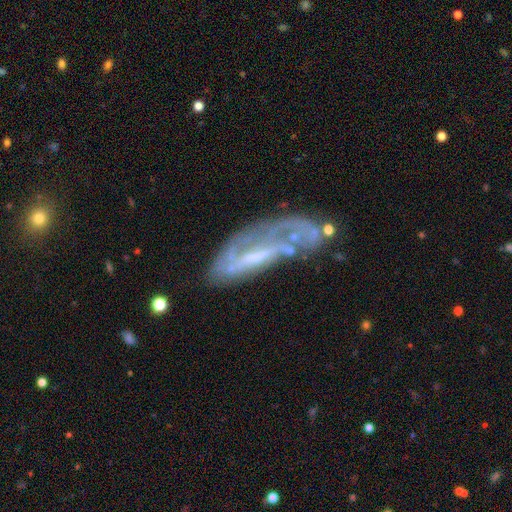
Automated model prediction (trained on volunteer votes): Q: Smooth or featured?
A: featured or disk (67%); runner-up: smooth (24%)
Q: Edge-on disk?
A: no (78%); runner-up: yes (22%)
Q: Bar?
A: no (40%); runner-up: weak (35%)
Q: Spiral arms?
A: yes (58%); runner-up: no (42%)
Q: Bulge size?
A: small (38%); runner-up: none (29%)
Q: Merging?
A: none (40%); runner-up: major disturbance (27%)